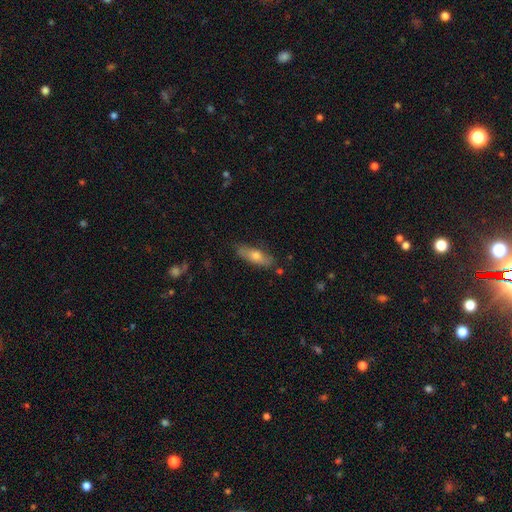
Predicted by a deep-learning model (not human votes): This appears to be a smooth galaxy with no disk features (59%) that is in between round and cigar-shaped (49%). Merging: none (77%).